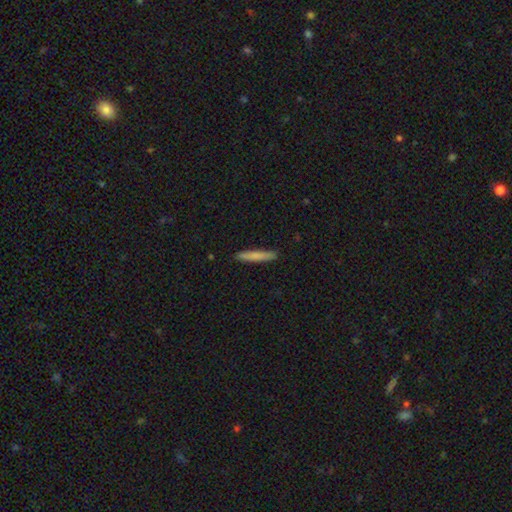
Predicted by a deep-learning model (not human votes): A smooth galaxy with no disk features (79%) that is cigar-shaped (94%).

Vote fractions:
- Smooth or featured? smooth: 79% / featured or disk: 16% / star or artifact: 6%
- How rounded? cigar-shaped: 94% / in between: 5% / round: 1%
- Merging? none: 90% / minor disturbance: 7% / major disturbance: 1% / merger: 1%